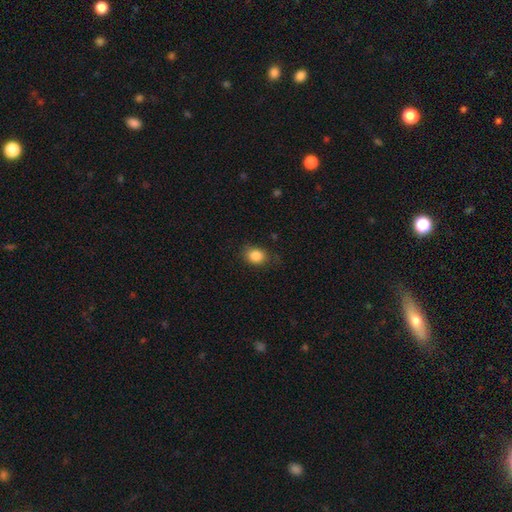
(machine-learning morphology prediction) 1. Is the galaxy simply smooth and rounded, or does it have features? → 86% smooth, 9% star or artifact, 5% featured or disk.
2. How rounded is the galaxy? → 56% in between, 43% round, 1% cigar-shaped.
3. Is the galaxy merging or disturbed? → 77% none, 18% minor disturbance, 4% major disturbance, 1% merger.